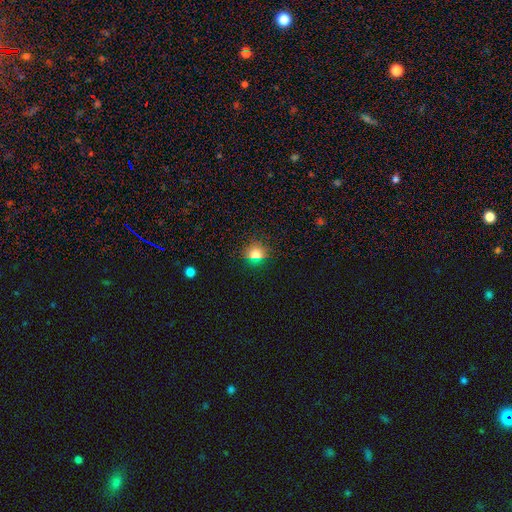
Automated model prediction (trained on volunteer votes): This appears to be a smooth galaxy with no disk features (73%) that is round (82%). Merging: none (87%).